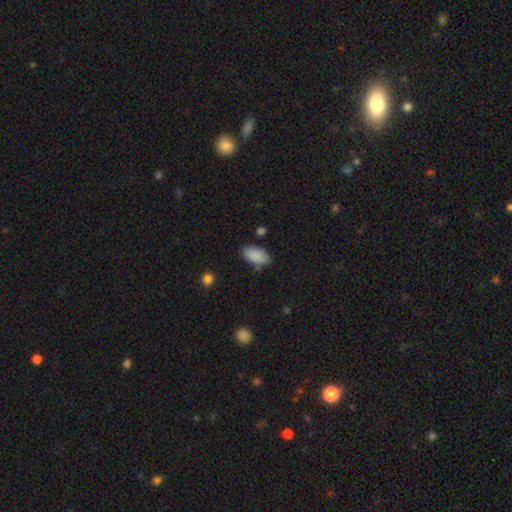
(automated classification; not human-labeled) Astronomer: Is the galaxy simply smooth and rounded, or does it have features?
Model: smooth — 88%.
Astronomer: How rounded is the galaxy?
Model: in between — 93%.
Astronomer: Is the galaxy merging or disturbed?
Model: none — 74%.